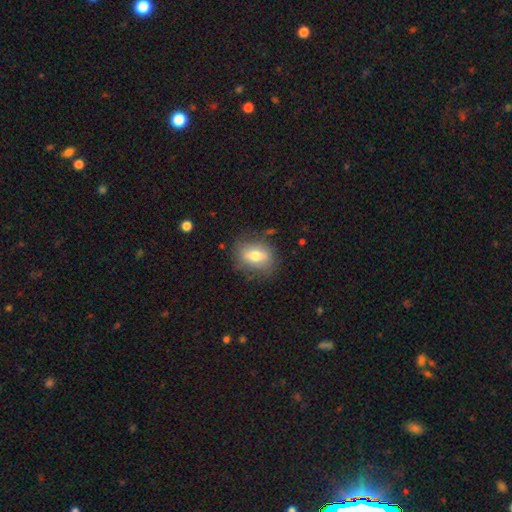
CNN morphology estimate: This appears to be a smooth galaxy with no disk features (62%) that is in between round and cigar-shaped (63%). Merging: none (75%).